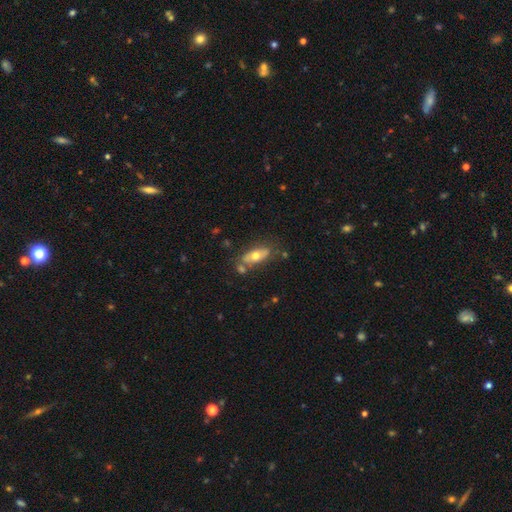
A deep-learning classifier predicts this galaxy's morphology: A smooth galaxy with no disk features (55%) that is in between round and cigar-shaped (80%). Merging: none (62%).